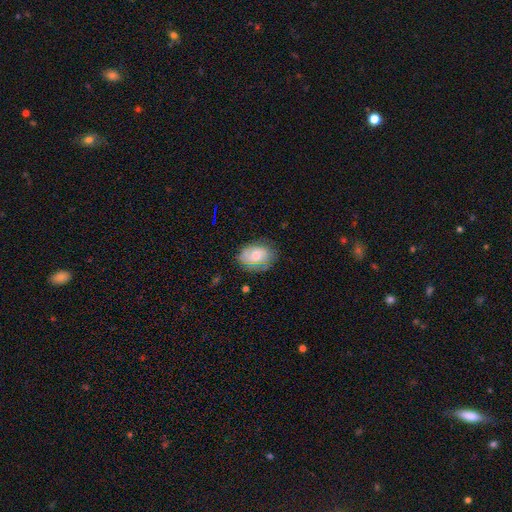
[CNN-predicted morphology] A featured or disk galaxy (50%). Merging: none (67%).